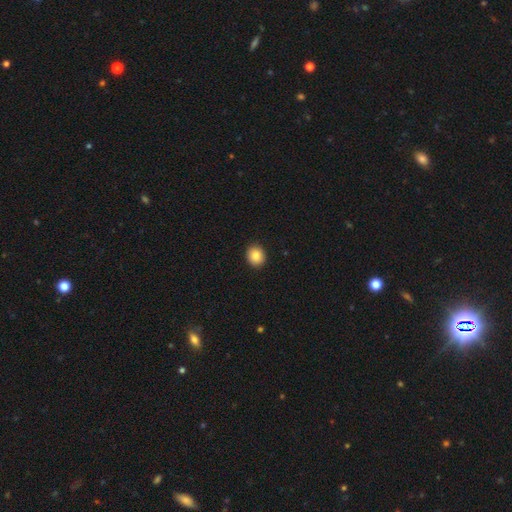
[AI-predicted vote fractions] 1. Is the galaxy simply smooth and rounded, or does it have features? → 85% smooth, 9% star or artifact, 6% featured or disk.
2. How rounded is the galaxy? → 80% round, 19% in between, 1% cigar-shaped.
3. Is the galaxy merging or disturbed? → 92% none, 5% minor disturbance, 2% major disturbance, 1% merger.